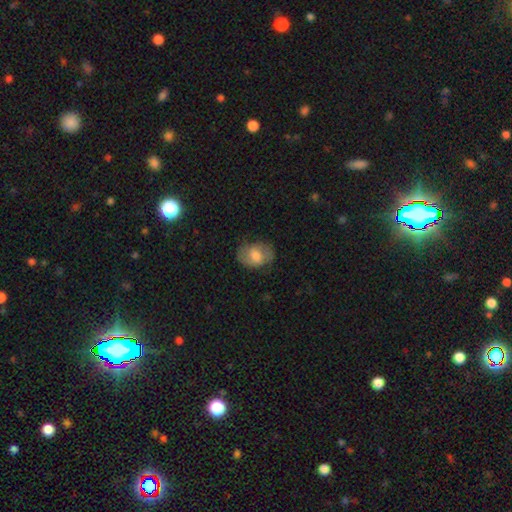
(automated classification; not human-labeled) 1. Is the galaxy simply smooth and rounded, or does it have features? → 58% smooth, 35% featured or disk, 7% star or artifact.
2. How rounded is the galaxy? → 69% in between, 29% round, 1% cigar-shaped.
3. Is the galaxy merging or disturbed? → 70% none, 20% minor disturbance, 9% major disturbance, 1% merger.